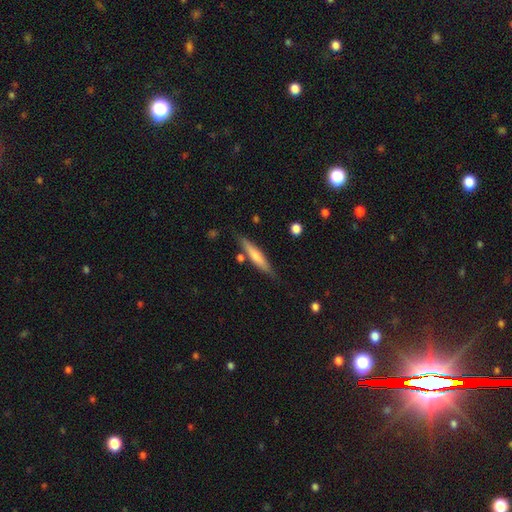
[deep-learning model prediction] A smooth galaxy with no disk features (61%) that is cigar-shaped (86%).

Vote fractions:
- Smooth or featured? smooth: 61% / featured or disk: 34% / star or artifact: 6%
- How rounded? cigar-shaped: 86% / in between: 12% / round: 2%
- Merging? none: 76% / minor disturbance: 15% / merger: 6% / major disturbance: 3%